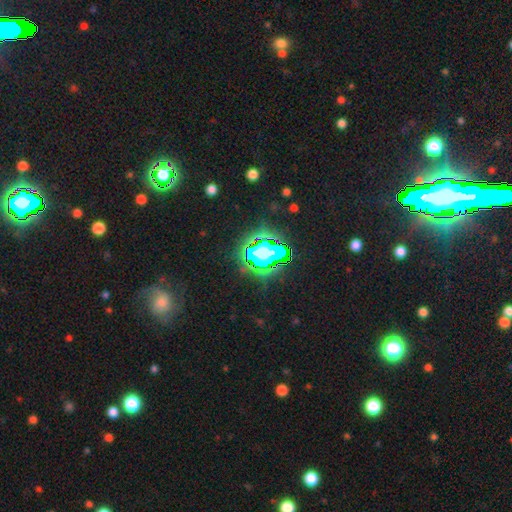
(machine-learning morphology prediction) Smooth or featured? Predicted: star or artifact (p=0.78).